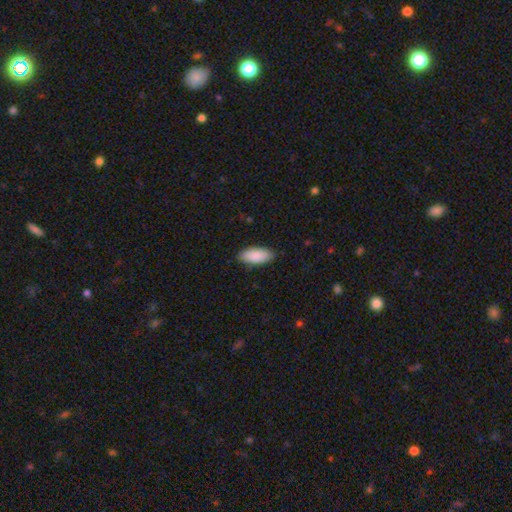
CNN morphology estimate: Smooth or featured?
  - smooth: 90% *
  - star or artifact: 6%
  - featured or disk: 5%
How rounded?
  - in between: 87% *
  - cigar-shaped: 12%
  - round: 2%
Merging?
  - none: 87% *
  - minor disturbance: 10%
  - major disturbance: 2%
  - merger: 1%